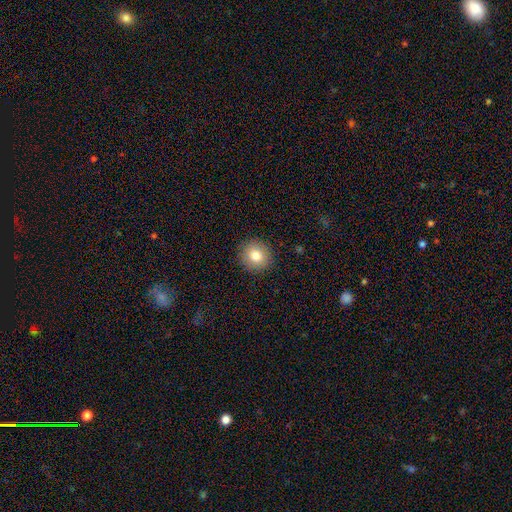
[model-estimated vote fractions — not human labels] A smooth galaxy with no disk features (79%) that is round (92%). Merging: none (91%).